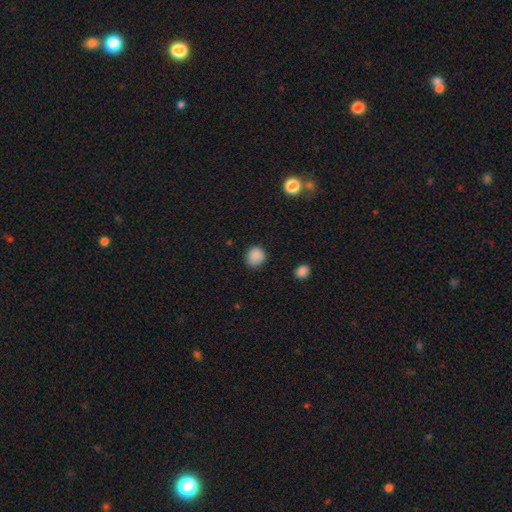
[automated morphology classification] The model was most divided on "merging": none: 86%, minor disturbance: 10%, major disturbance: 3%, merger: 1%. More confident: how rounded — round (89%); smooth or featured — smooth (88%).